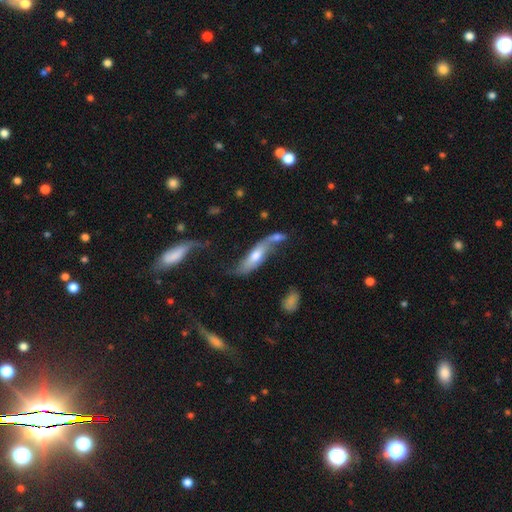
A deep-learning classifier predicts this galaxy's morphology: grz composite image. It shows a featured or disk galaxy (61%). Merging: none (33%).